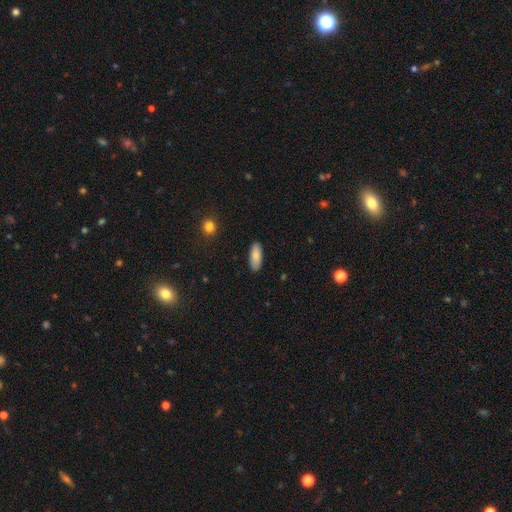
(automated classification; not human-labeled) Overall: smooth (85%). How rounded: in between (80%). Merging: none (89%).